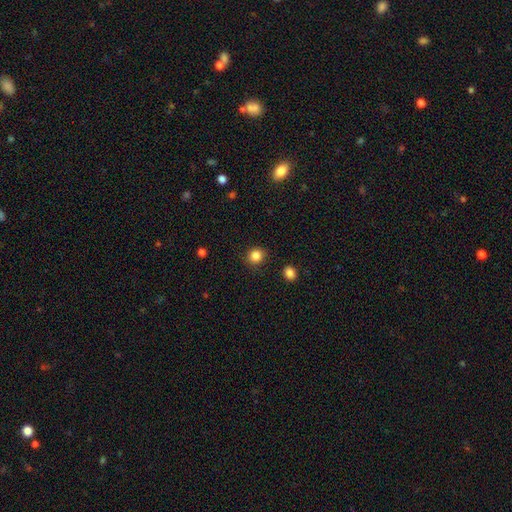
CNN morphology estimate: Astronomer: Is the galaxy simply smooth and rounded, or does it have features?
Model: smooth — 85%.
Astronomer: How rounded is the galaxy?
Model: round — 86%.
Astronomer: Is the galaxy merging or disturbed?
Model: none — 88%.